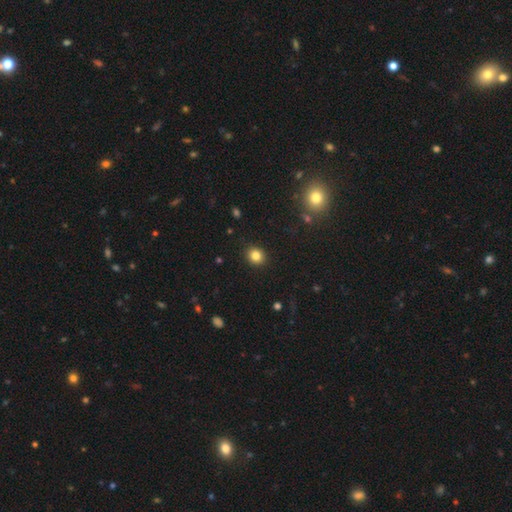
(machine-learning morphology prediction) The model was most divided on "how rounded": round: 80%, in between: 19%, cigar-shaped: 1%. More confident: merging — none (90%); smooth or featured — smooth (82%).